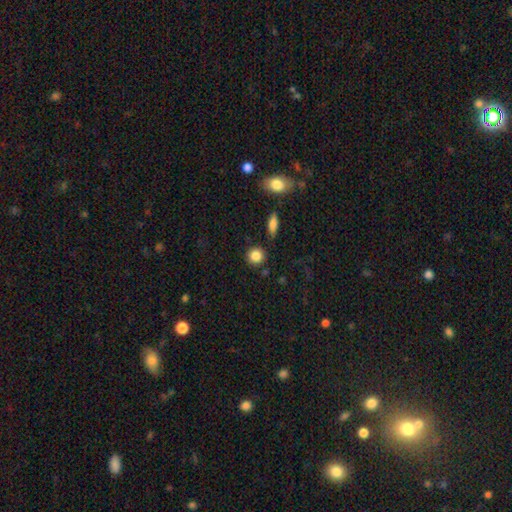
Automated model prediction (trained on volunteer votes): Overall: smooth (86%). How rounded: round (89%). Merging: none (85%).